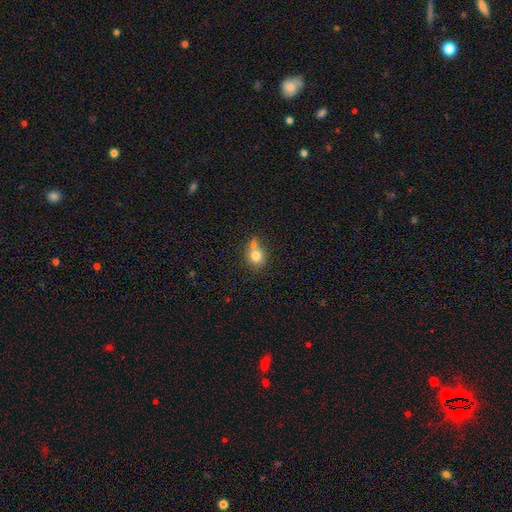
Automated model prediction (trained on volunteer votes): Smooth or featured: smooth — 77% (featured or disk — 12%)
How rounded: round — 69% (in between — 30%)
Merging: none — 43% (merger — 39%)